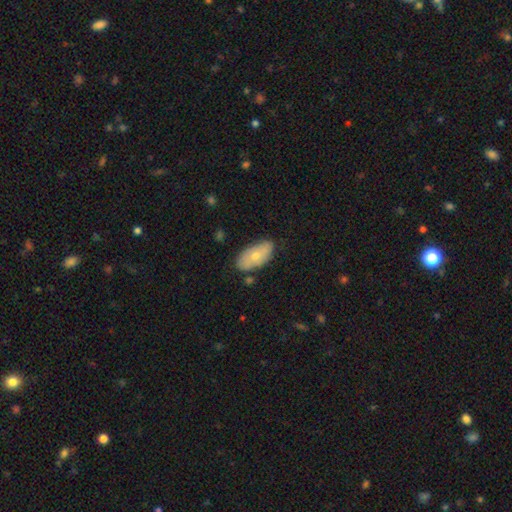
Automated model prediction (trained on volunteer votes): Overall: smooth (63%; featured or disk 31%). How rounded: in between (93%). Merging: none (74%).